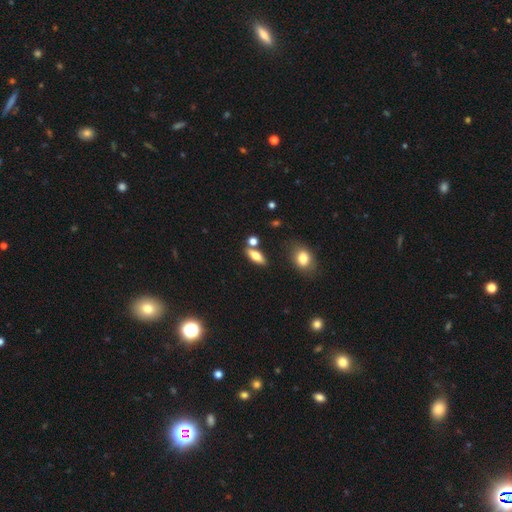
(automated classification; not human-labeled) This appears to be a smooth galaxy with no disk features (66%) that is in between round and cigar-shaped (65%). Merging: none (71%).